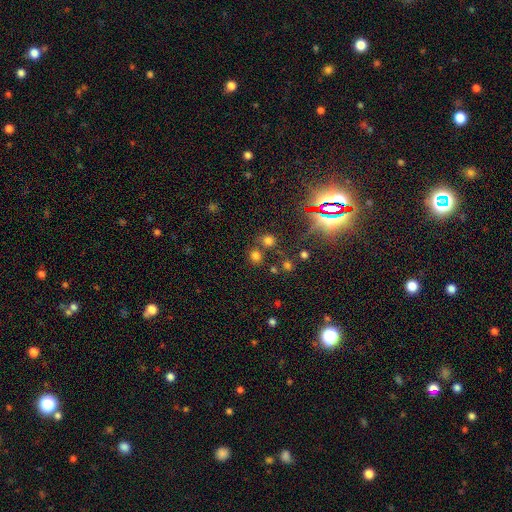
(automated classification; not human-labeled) Overall: smooth (67%). How rounded: round (83%). Merging: none (68%).